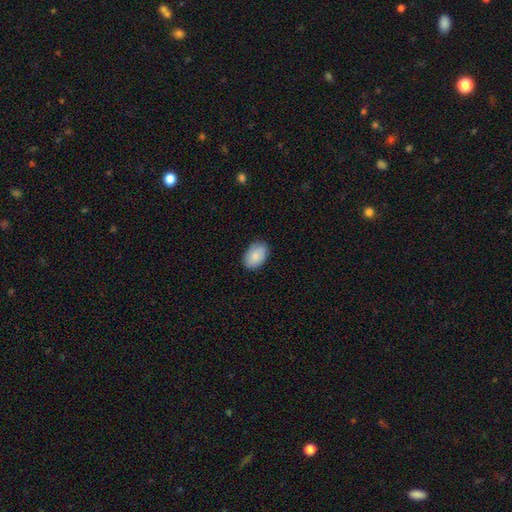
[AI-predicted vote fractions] smooth_or_featured: smooth (p=0.84) [alt: featured or disk p=0.09]
how_rounded: in between (p=0.87) [alt: round p=0.12]
merging: none (p=0.86) [alt: minor disturbance p=0.11]